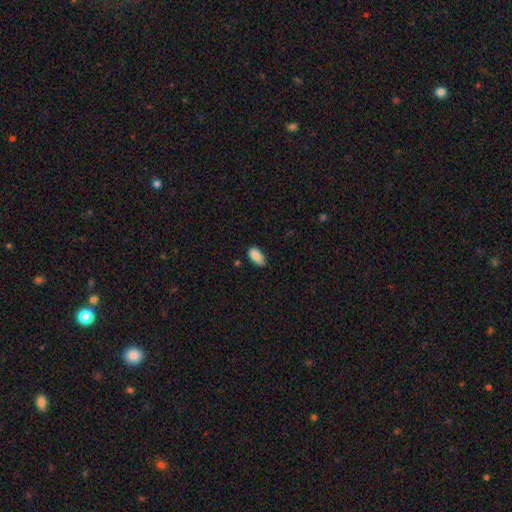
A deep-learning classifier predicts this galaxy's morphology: smooth 88%, star or artifact 7%, featured or disk 4%. Down the decision tree: how rounded — in between (92%); merging — none (71%).